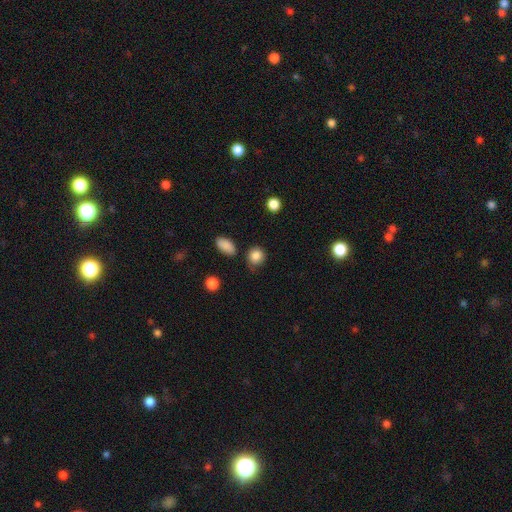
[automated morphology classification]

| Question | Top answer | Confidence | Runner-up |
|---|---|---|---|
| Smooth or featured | smooth | 85% | star or artifact (10%) |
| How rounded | round | 79% | in between (20%) |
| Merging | none | 71% | minor disturbance (20%) |